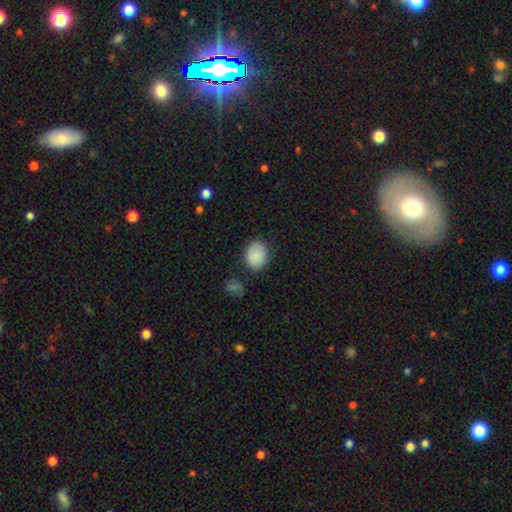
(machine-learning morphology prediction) type=smooth (87%); roundness=round (51%); merging=none (77%).